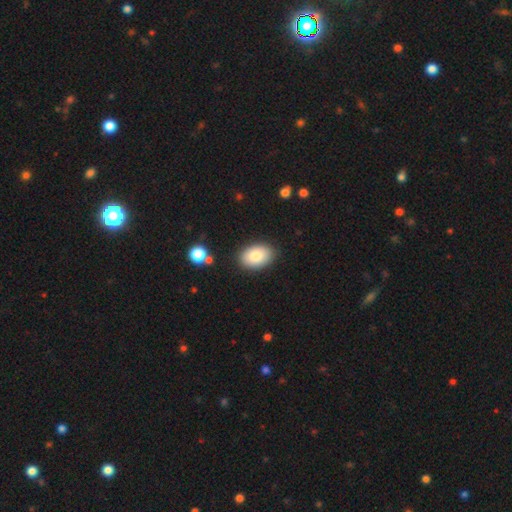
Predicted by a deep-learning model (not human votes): A smooth galaxy with no disk features (83%) that is in between round and cigar-shaped (86%).

Vote fractions:
- Smooth or featured? smooth: 83% / featured or disk: 10% / star or artifact: 7%
- How rounded? in between: 86% / round: 13% / cigar-shaped: 1%
- Merging? none: 86% / minor disturbance: 10% / major disturbance: 2% / merger: 2%